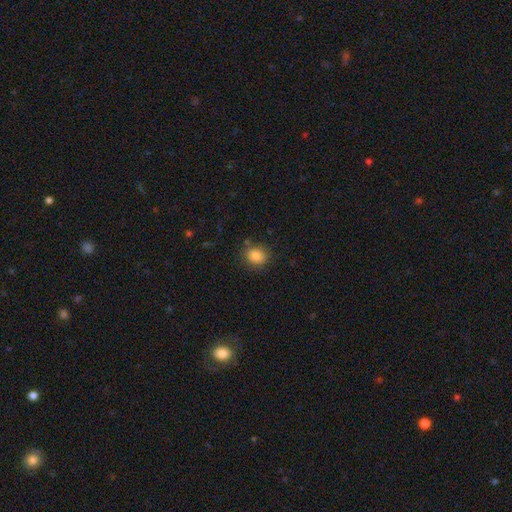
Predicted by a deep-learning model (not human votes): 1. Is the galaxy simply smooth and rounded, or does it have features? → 85% smooth, 10% star or artifact, 6% featured or disk.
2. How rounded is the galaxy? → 58% round, 41% in between, 1% cigar-shaped.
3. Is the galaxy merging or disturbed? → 79% none, 13% minor disturbance, 4% major disturbance, 3% merger.